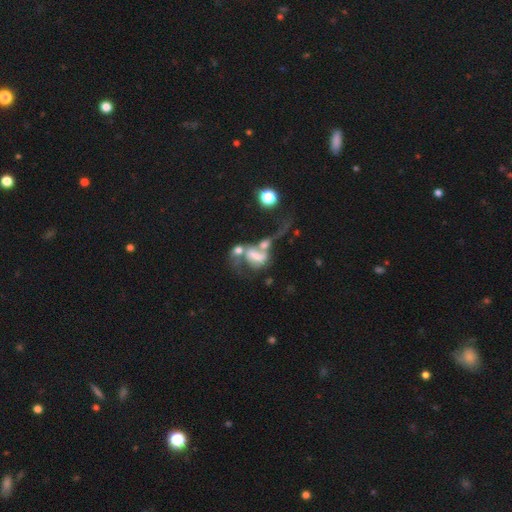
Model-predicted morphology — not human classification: Q: Smooth or featured?
A: featured or disk (58%); runner-up: smooth (31%)
Q: Edge-on disk?
A: no (95%); runner-up: yes (5%)
Q: Bar?
A: no (47%); runner-up: weak (28%)
Q: Spiral arms?
A: yes (57%); runner-up: no (43%)
Q: Bulge size?
A: none (32%); runner-up: small (25%)
Q: Merging?
A: merger (57%); runner-up: major disturbance (25%)